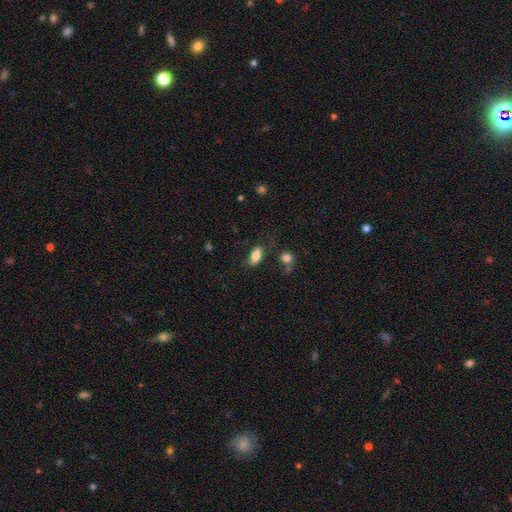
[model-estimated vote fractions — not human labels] This appears to be a smooth galaxy with no disk features (83%) that is in between round and cigar-shaped (88%). Merging: none (73%).